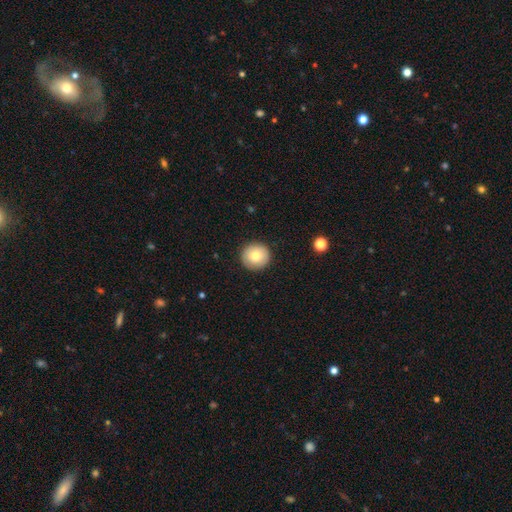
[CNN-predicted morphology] smooth_or_featured: smooth (p=0.78) [alt: featured or disk p=0.14]
how_rounded: round (p=0.94) [alt: in between p=0.05]
merging: none (p=0.92) [alt: minor disturbance p=0.06]